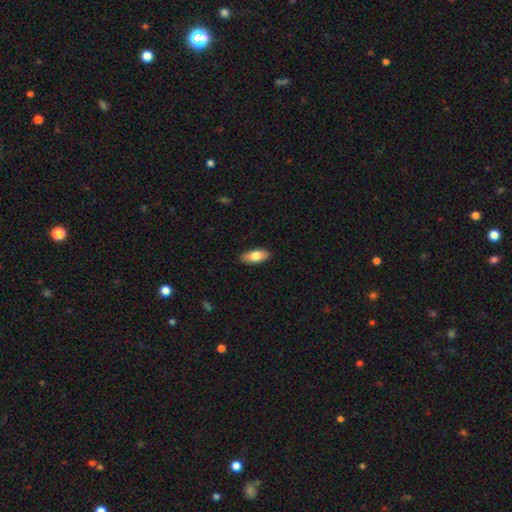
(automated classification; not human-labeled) smooth 81%, featured or disk 14%, star or artifact 6%. Down the decision tree: how rounded — in between (86%); merging — none (89%).